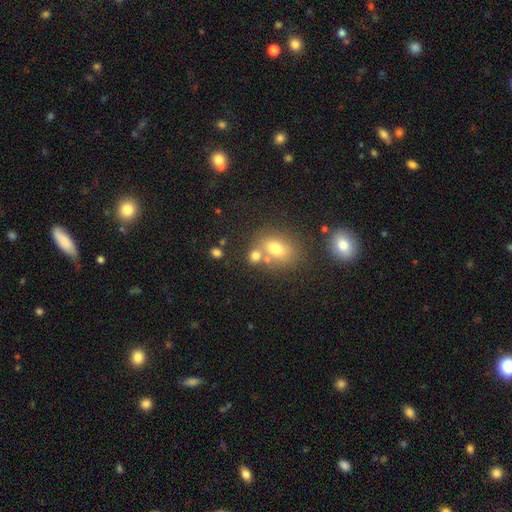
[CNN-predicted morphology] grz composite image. It shows a smooth galaxy with no disk features (72%) that is round (54%). Merging: none (49%).